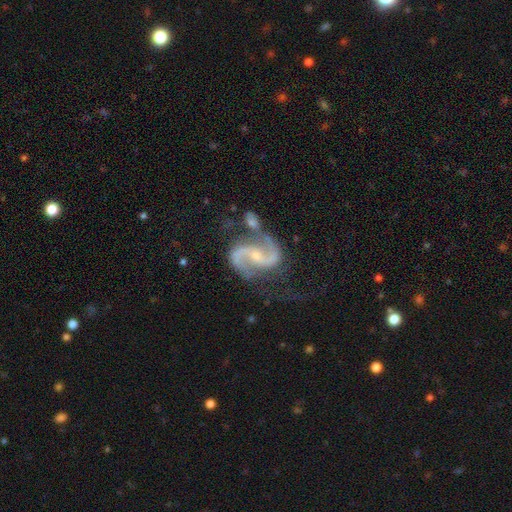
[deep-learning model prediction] Overall: featured or disk (92%). Edge-on disk: no (98%). Bar: weak (43%; no 32%). Spiral arms: yes (98%). Spiral arm count: 2 (94%). Spiral winding: medium (54%; loose 34%). Bulge size: small (64%; moderate 27%). Merging: none (51%; minor disturbance 20%).